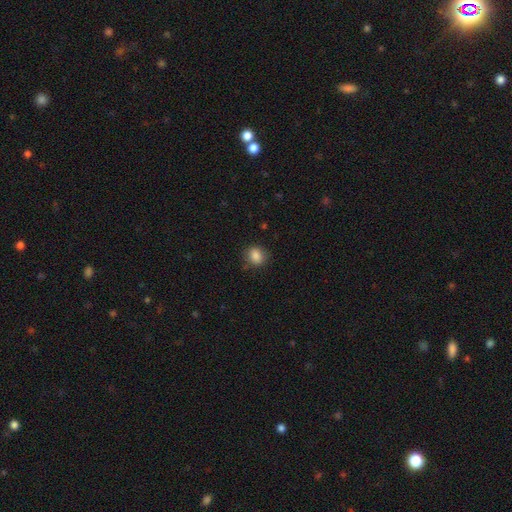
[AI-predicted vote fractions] smooth-or-featured: smooth: 86% | star or artifact: 10% | featured or disk: 5%
  how-rounded: round: 60% | in between: 39% | cigar-shaped: 1%
  merging: none: 80% | minor disturbance: 15% | major disturbance: 4% | merger: 1%